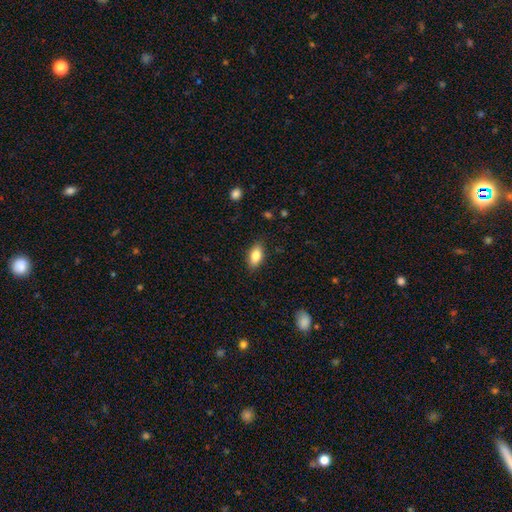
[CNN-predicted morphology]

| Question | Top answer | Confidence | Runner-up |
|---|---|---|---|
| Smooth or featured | smooth | 83% | featured or disk (10%) |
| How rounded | in between | 88% | cigar-shaped (7%) |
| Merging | none | 86% | minor disturbance (10%) |